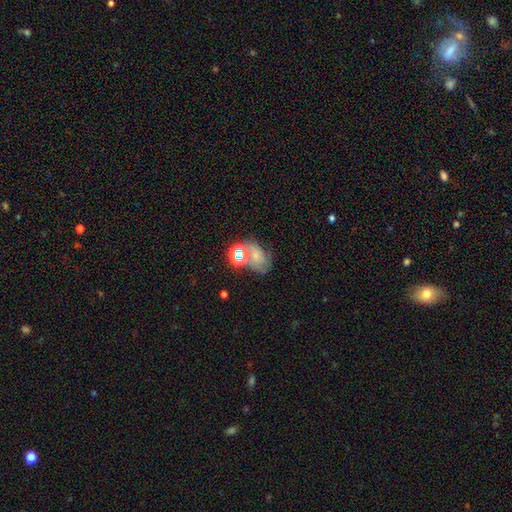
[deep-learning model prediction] smooth_or_featured: featured or disk (p=0.41) [alt: smooth p=0.38]
merging: none (p=0.42) [alt: merger p=0.25]